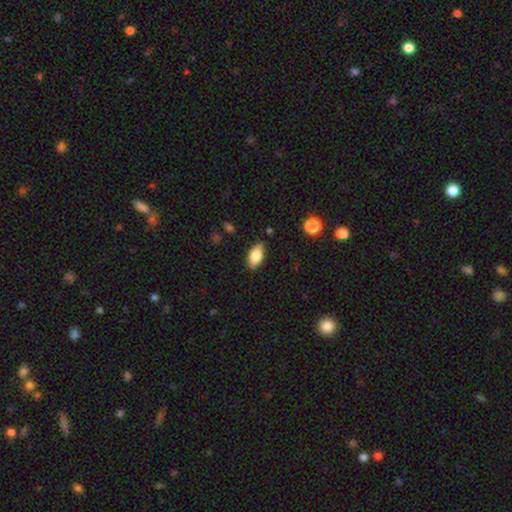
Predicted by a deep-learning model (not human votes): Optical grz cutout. It shows a smooth galaxy with no disk features (76%) that is in between round and cigar-shaped (88%). Merging: none (83%).